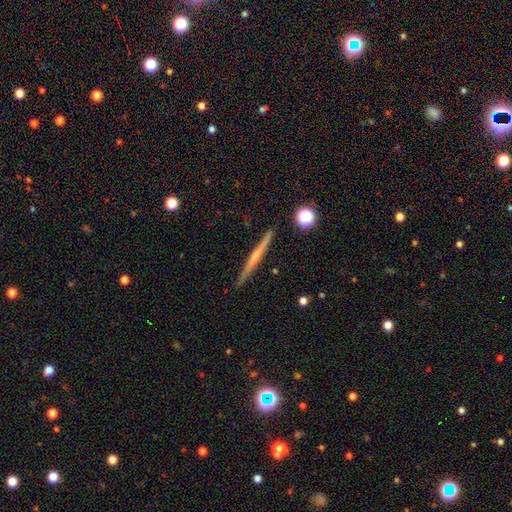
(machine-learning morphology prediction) type=featured or disk (72%); edge-on=yes (98%); edge-on bulge=rounded (55%); merging=none (91%).